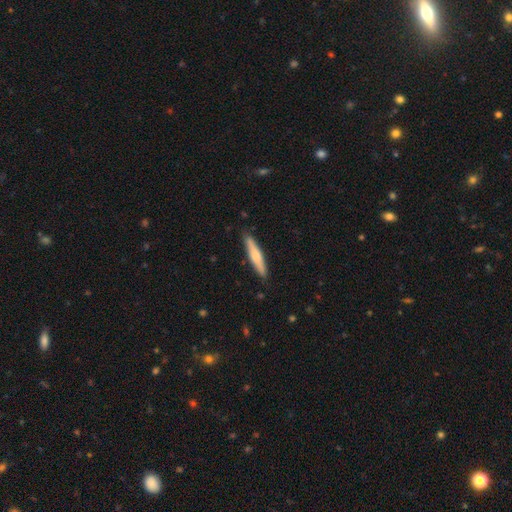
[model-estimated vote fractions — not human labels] This is likely a smooth galaxy (68%). How rounded: clearly cigar-shaped (89%). Merging: clearly none (87%).